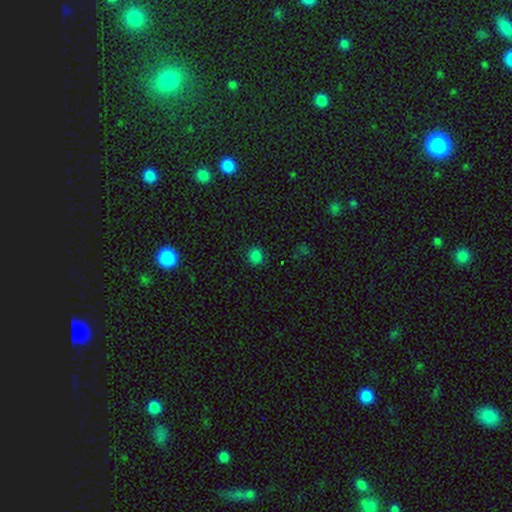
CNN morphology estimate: smooth_or_featured: smooth (p=0.80) [alt: star or artifact p=0.17]
how_rounded: round (p=0.77) [alt: in between p=0.22]
merging: none (p=0.88) [alt: minor disturbance p=0.08]